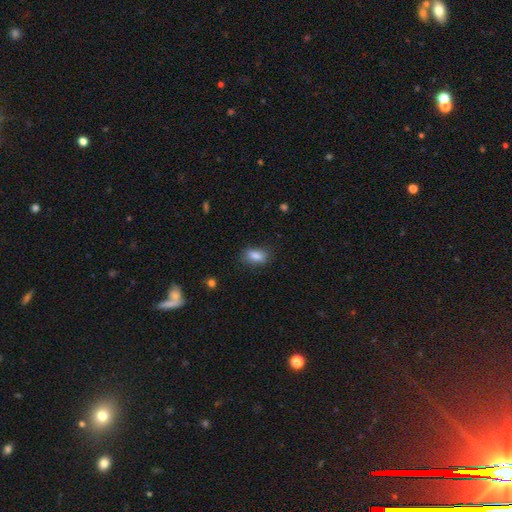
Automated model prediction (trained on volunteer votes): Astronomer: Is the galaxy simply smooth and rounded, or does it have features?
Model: smooth — 83%.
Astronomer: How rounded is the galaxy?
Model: in between — 85%.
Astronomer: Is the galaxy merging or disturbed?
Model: none — 76%.